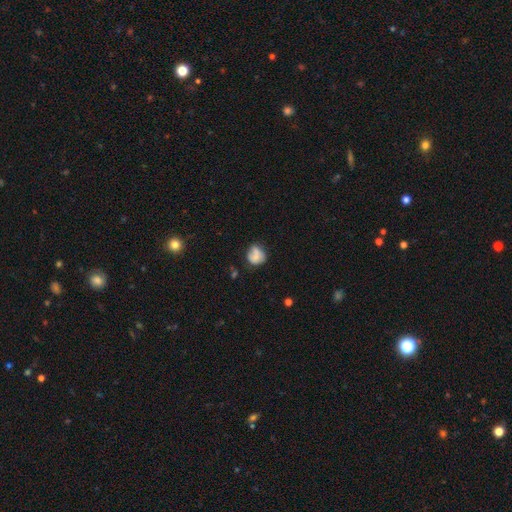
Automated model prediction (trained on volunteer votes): A smooth galaxy with no disk features (69%) that is round (74%).

Vote fractions:
- Smooth or featured? smooth: 69% / featured or disk: 22% / star or artifact: 9%
- How rounded? round: 74% / in between: 25% / cigar-shaped: 1%
- Merging? none: 51% / minor disturbance: 27% / merger: 13% / major disturbance: 9%